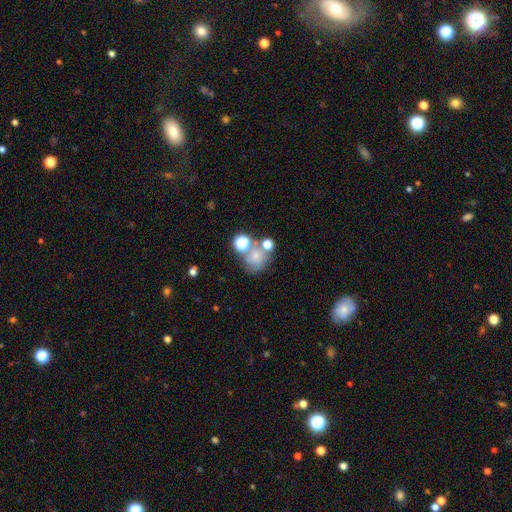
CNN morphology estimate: A smooth galaxy with no disk features (55%) that is round (69%). Merging: none (42%).